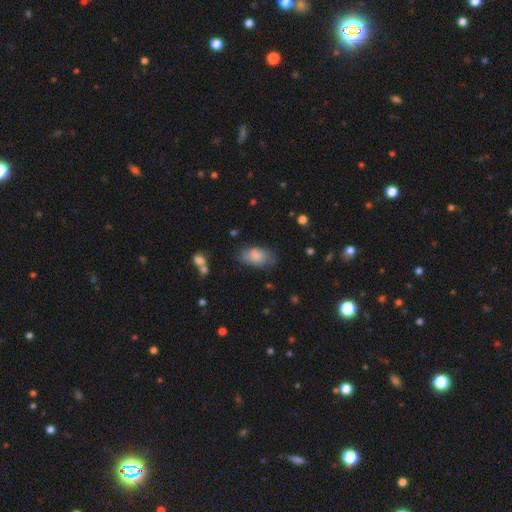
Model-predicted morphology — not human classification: Q: Smooth or featured?
A: smooth (80%); runner-up: featured or disk (12%)
Q: How rounded?
A: in between (91%); runner-up: round (6%)
Q: Merging?
A: none (60%); runner-up: minor disturbance (27%)